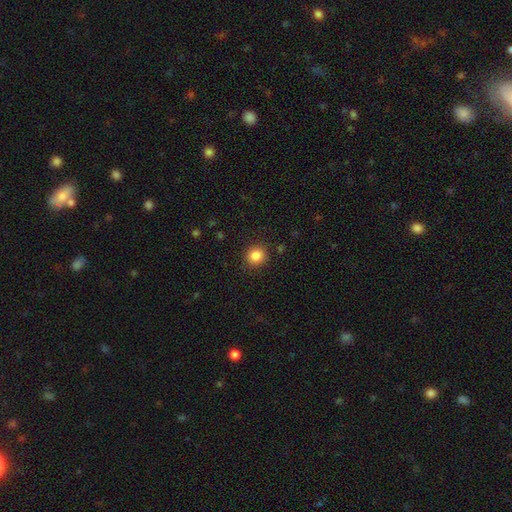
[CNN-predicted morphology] A smooth galaxy with no disk features (85%) that is round (87%).

Vote fractions:
- Smooth or featured? smooth: 85% / star or artifact: 11% / featured or disk: 5%
- How rounded? round: 87% / in between: 12% / cigar-shaped: 1%
- Merging? none: 89% / minor disturbance: 7% / major disturbance: 3% / merger: 1%